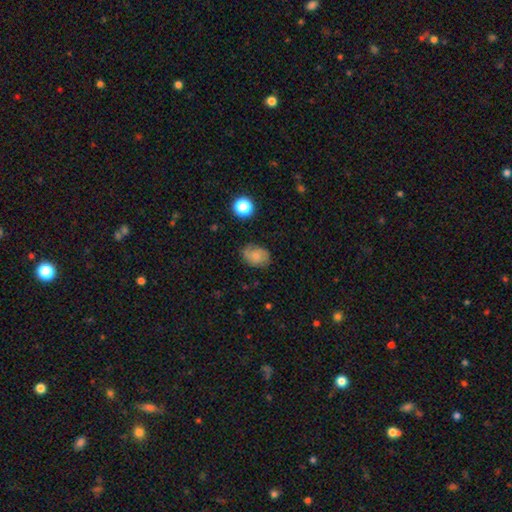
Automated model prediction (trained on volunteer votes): The model was most divided on "smooth or featured": smooth: 66%, featured or disk: 24%, star or artifact: 10%. More confident: merging — none (72%); how rounded — in between (71%).